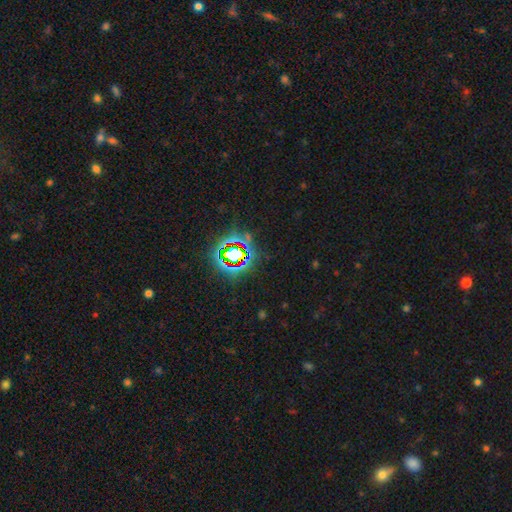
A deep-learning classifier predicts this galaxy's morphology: Smooth or featured?
  - star or artifact: 72% *
  - smooth: 16%
  - featured or disk: 12%